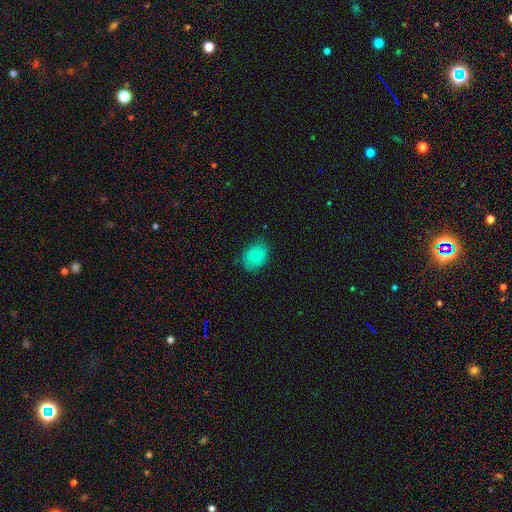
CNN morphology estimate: type=smooth (79%); roundness=in between (59%); merging=none (73%).